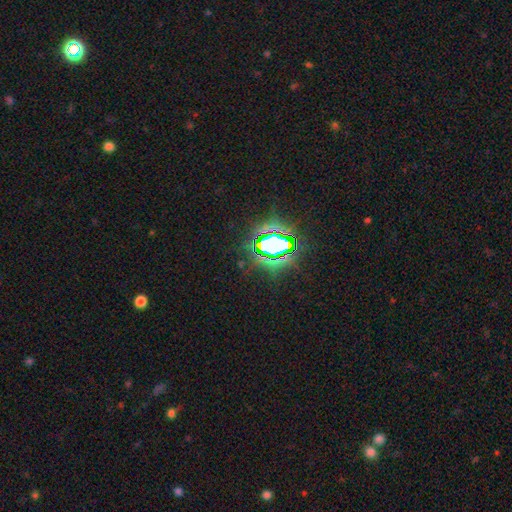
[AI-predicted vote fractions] Smooth or featured: star or artifact — 81% (smooth — 12%)